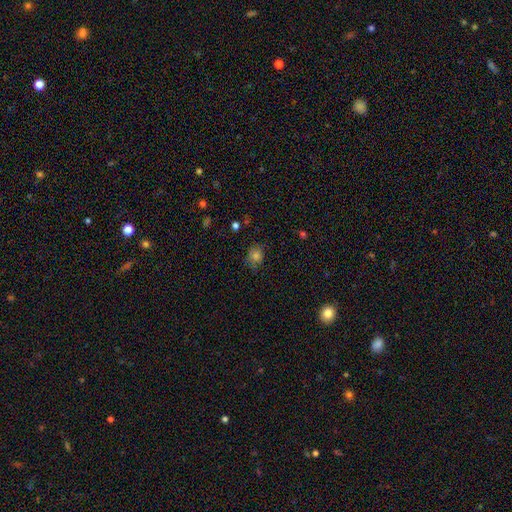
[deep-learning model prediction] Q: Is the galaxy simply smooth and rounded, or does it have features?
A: smooth — 74%.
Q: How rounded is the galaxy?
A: round — 71%.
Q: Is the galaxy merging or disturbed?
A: none — 76%.